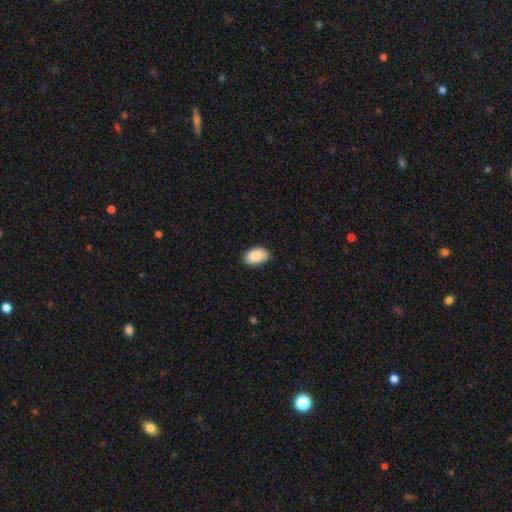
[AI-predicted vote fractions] This appears to be a smooth galaxy with no disk features (89%) that is in between round and cigar-shaped (93%). Merging: none (80%).